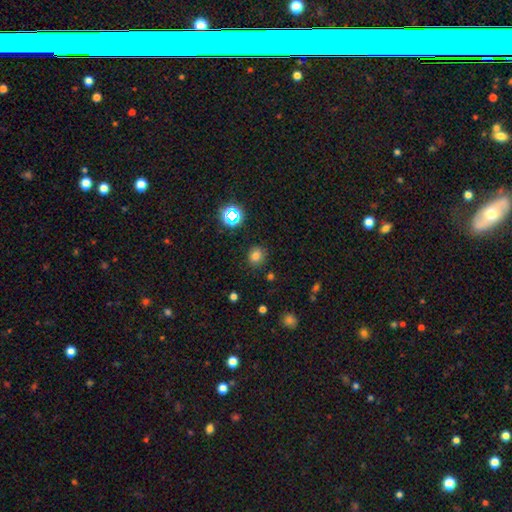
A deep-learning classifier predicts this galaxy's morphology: Overall: smooth (75%). How rounded: round (81%). Merging: none (86%).